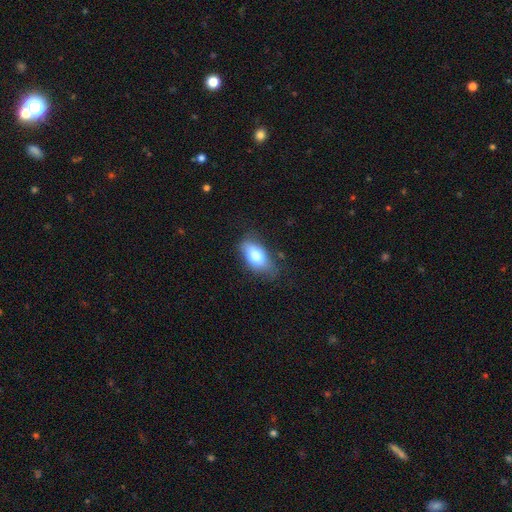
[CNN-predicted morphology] The model was most divided on "merging": none: 65%, minor disturbance: 26%, major disturbance: 7%, merger: 2%. More confident: how rounded — in between (90%); smooth or featured — smooth (80%).